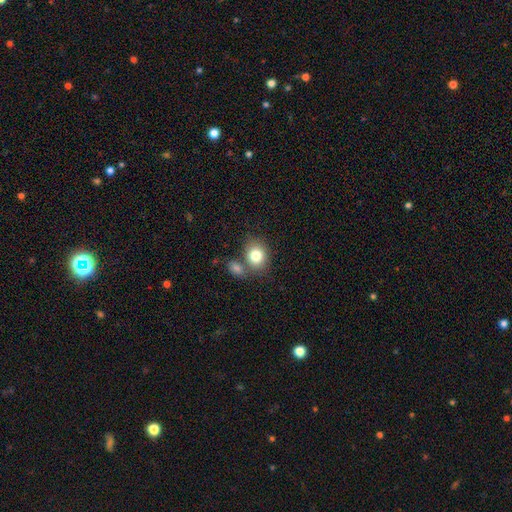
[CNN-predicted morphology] The model was most divided on "how rounded": round: 60%, in between: 39%, cigar-shaped: 1%. More confident: smooth or featured — smooth (80%); merging — none (56%).